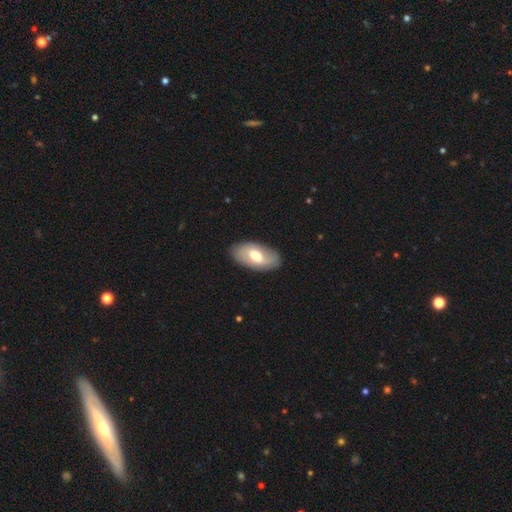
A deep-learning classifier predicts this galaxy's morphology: The model was most divided on "smooth or featured": smooth: 51%, featured or disk: 43%, star or artifact: 6%. More confident: how rounded — in between (94%); merging — none (84%).